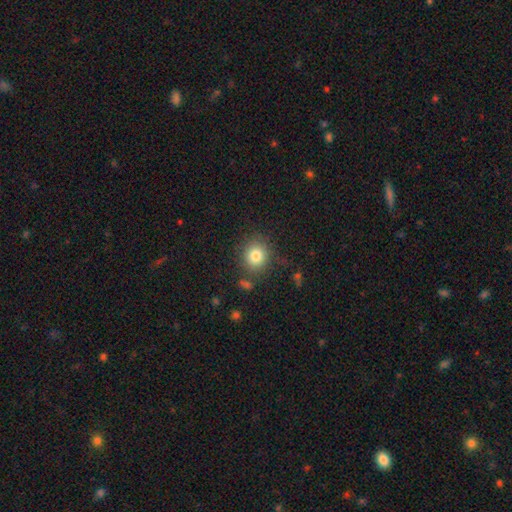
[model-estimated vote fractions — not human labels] Smooth or featured: smooth — 82% (star or artifact — 11%)
How rounded: round — 83% (in between — 16%)
Merging: none — 81% (minor disturbance — 11%)